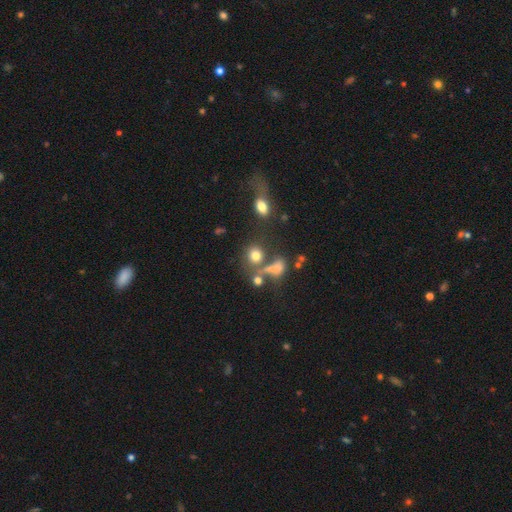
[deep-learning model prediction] Overall: smooth (73%). How rounded: round (72%). Merging: none (48%; merger 29%).